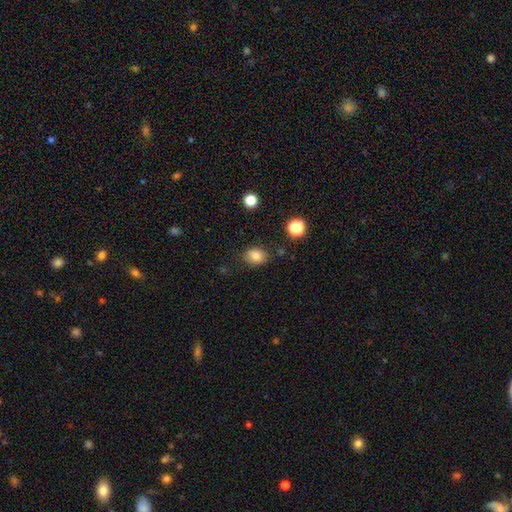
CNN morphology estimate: smooth 81%, star or artifact 11%, featured or disk 8%. Down the decision tree: how rounded — in between (62%); merging — none (82%).